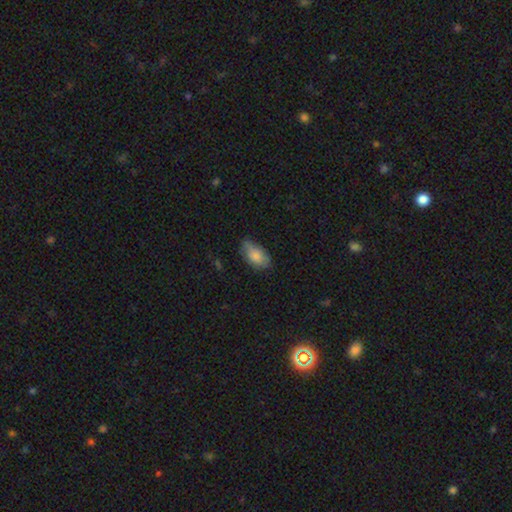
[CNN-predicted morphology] A smooth galaxy with no disk features (80%) that is in between round and cigar-shaped (93%). Merging: none (61%).